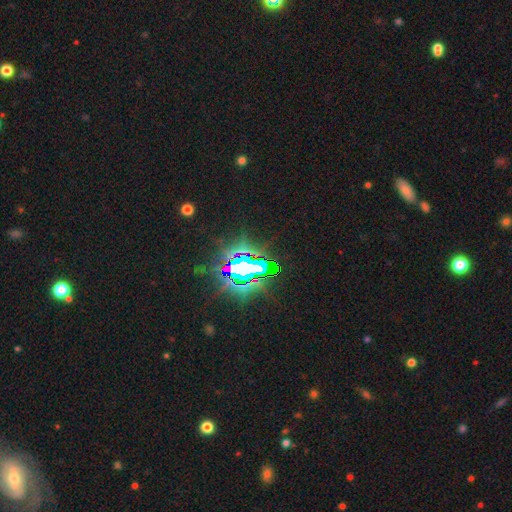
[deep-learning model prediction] A star or artifact, not a galaxy (85%).

Vote fractions:
- Smooth or featured? star or artifact: 85% / smooth: 8% / featured or disk: 7%